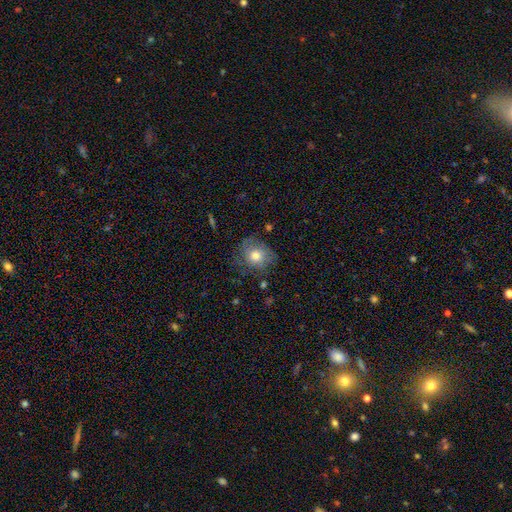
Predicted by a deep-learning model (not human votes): Smooth or featured? smooth (69%)
How rounded? round (71%)
Merging? none (67%)